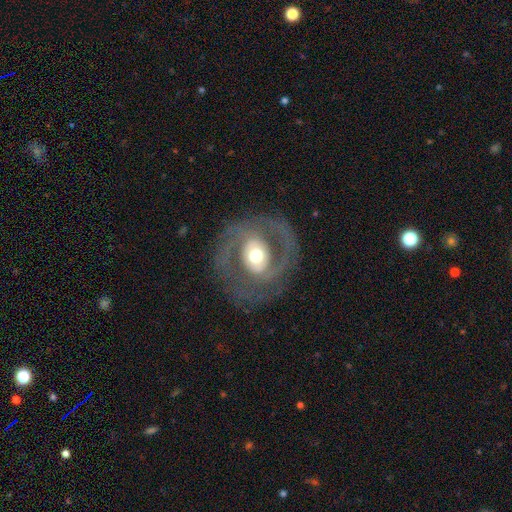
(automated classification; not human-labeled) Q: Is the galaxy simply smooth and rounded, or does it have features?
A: featured or disk — 79%.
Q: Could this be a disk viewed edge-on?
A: no — 97%.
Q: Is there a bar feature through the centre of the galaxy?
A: no — 53%.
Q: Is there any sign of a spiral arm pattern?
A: yes — 79%.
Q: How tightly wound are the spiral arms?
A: medium — 46%.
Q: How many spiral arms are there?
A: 2 — 81%.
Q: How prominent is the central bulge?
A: moderate — 57%.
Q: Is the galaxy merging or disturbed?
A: none — 76%.